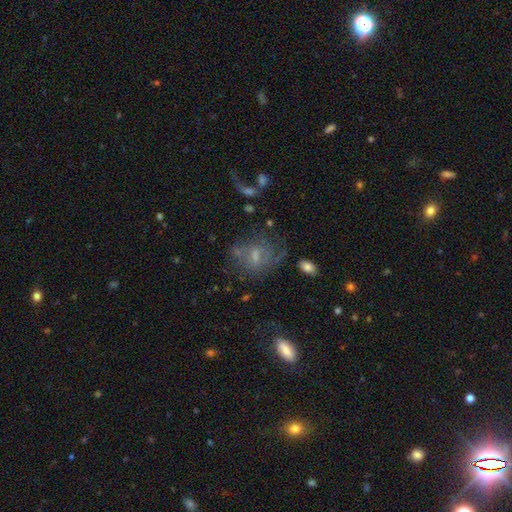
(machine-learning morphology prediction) This is possibly a featured or disk galaxy (46%). Merging: marginally none (44%).